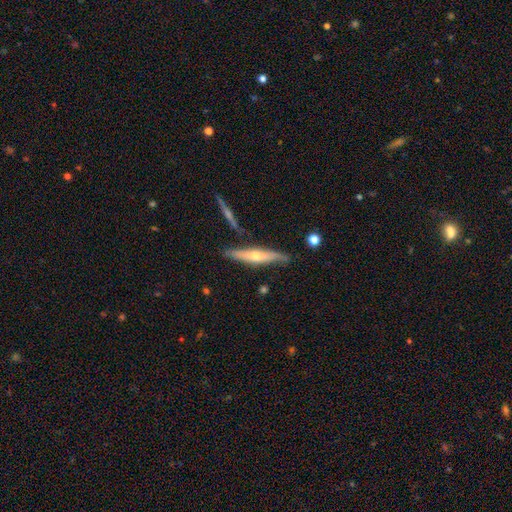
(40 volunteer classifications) This appears to be a featured or disk galaxy (75%) viewed edge-on (100%) with a rounded central bulge (93%). Merging: none (77%).